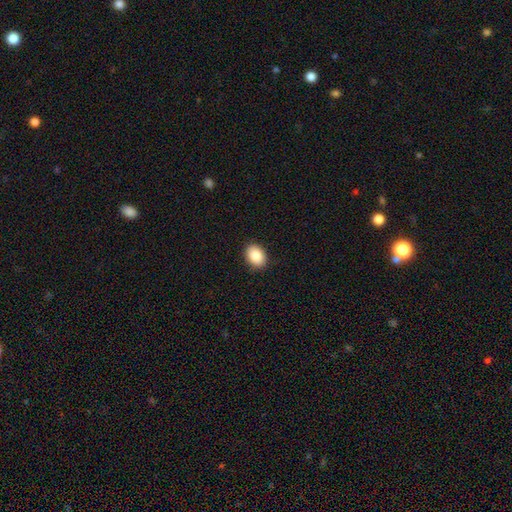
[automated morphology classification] smooth 87%, star or artifact 8%, featured or disk 5%. Down the decision tree: how rounded — in between (75%); merging — none (90%).